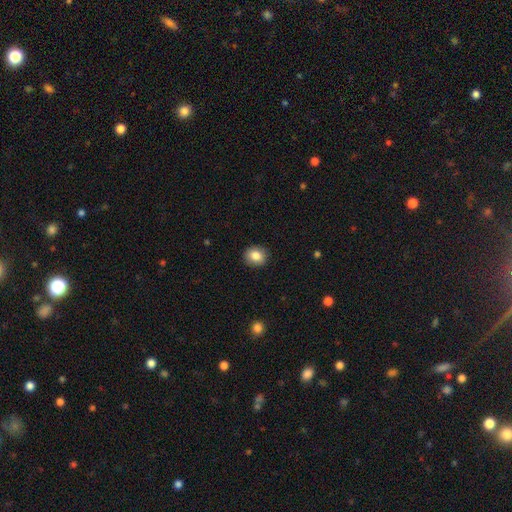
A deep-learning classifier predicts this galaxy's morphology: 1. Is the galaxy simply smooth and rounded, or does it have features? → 84% smooth, 9% star or artifact, 7% featured or disk.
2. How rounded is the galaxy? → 76% round, 23% in between, 1% cigar-shaped.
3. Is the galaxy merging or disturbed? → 90% none, 8% minor disturbance, 2% major disturbance, 1% merger.